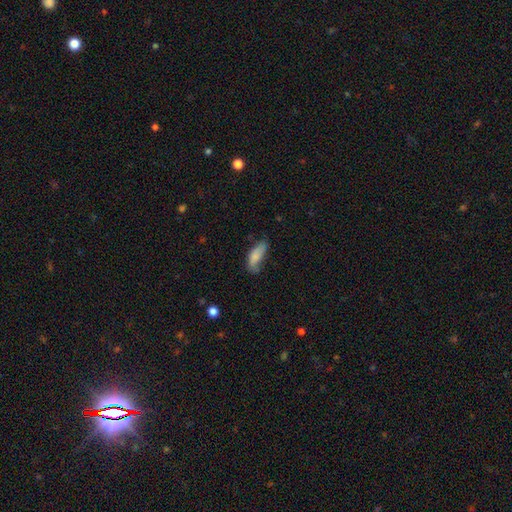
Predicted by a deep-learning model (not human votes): smooth 77%, featured or disk 16%, star or artifact 7%. Down the decision tree: how rounded — in between (71%); merging — none (44%).